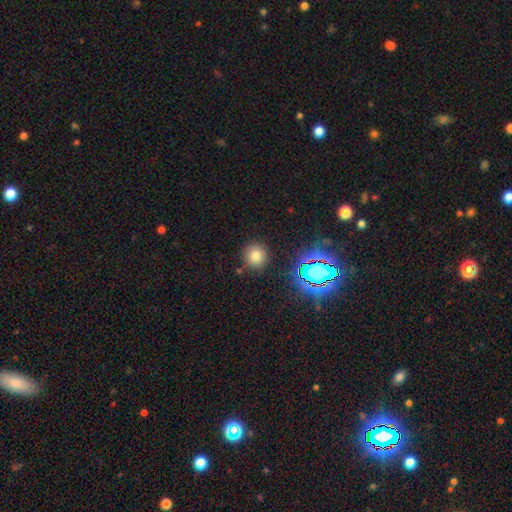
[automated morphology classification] A smooth galaxy with no disk features (73%) that is round (90%).

Vote fractions:
- Smooth or featured? smooth: 73% / star or artifact: 19% / featured or disk: 8%
- How rounded? round: 90% / in between: 9% / cigar-shaped: 1%
- Merging? none: 85% / minor disturbance: 8% / merger: 4% / major disturbance: 3%